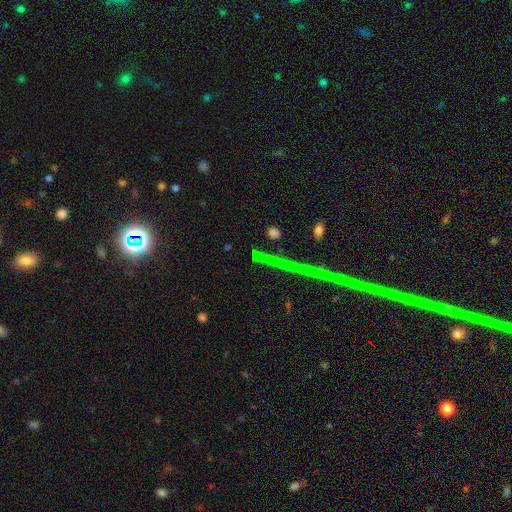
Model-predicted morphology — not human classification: star or artifact 61%, smooth 25%, featured or disk 14%.